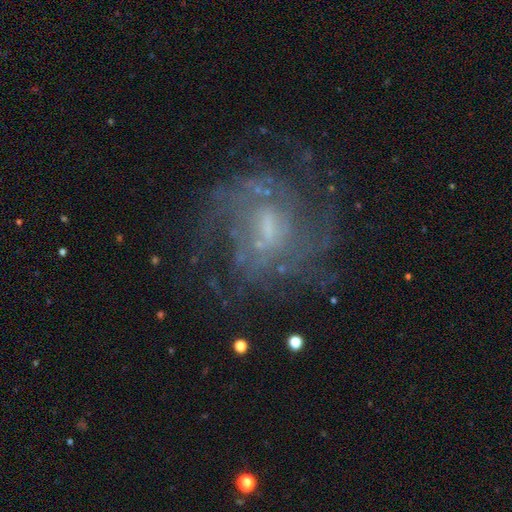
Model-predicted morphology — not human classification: A featured or disk galaxy (81%) with a weak bar (50%), tight (44%) spiral arms (92%) and a small central bulge (50%).

Vote fractions:
- Smooth or featured? featured or disk: 81% / star or artifact: 11% / smooth: 8%
- Edge-on disk? no: 97% / yes: 3%
- Bar? weak: 50% / no: 38% / strong: 11%
- Spiral arms? yes: 92% / no: 8%
- Spiral winding? tight: 44% / medium: 42% / loose: 14%
- Spiral arm count? can't tell: 40% / 2: 17% / 3: 15% / 4: 13% / more than 4: 8% / 1: 7%
- Bulge size? small: 50% / moderate: 33% / none: 12% / large: 4% / dominant: 1%
- Merging? none: 71% / minor disturbance: 14% / major disturbance: 13% / merger: 2%